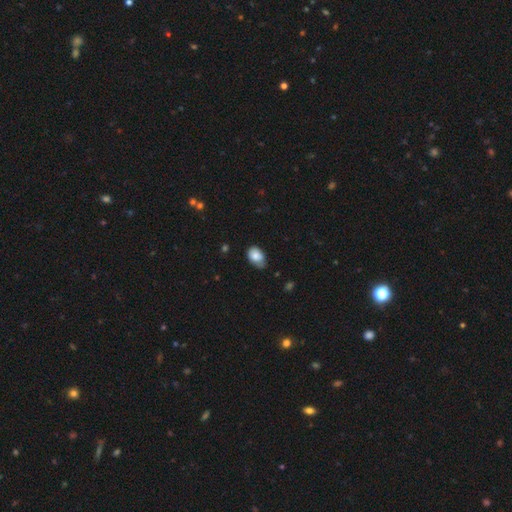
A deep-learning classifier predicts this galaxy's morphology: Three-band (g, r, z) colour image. It shows a smooth galaxy with no disk features (81%) that is in between round and cigar-shaped (84%). Merging: none (50%).